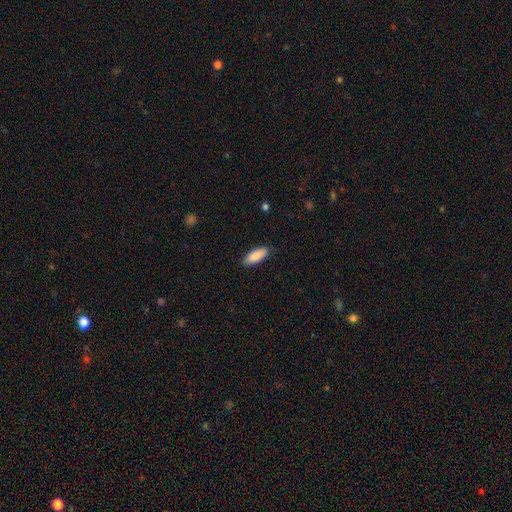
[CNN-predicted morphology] Smooth or featured: smooth — 89% (star or artifact — 6%)
How rounded: in between — 76% (cigar-shaped — 22%)
Merging: none — 87% (minor disturbance — 10%)